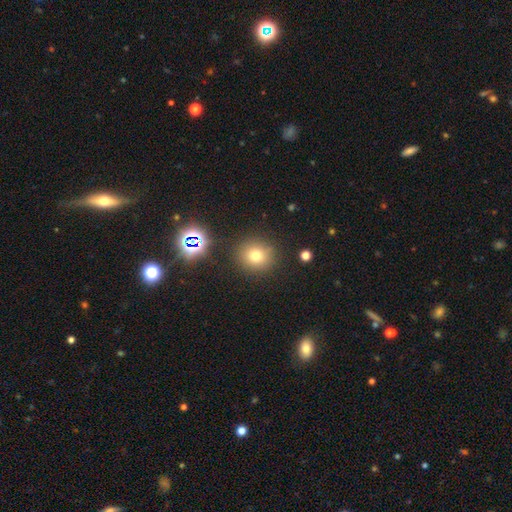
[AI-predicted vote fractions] This is likely a smooth galaxy (70%). How rounded: clearly round (89%). Merging: clearly none (86%).